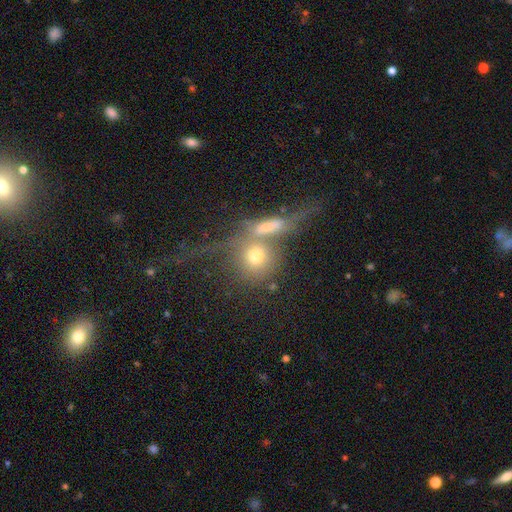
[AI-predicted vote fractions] Smooth or featured?
  - smooth: 56% *
  - featured or disk: 29%
  - star or artifact: 15%
How rounded?
  - round: 75% *
  - in between: 19%
  - cigar-shaped: 6%
Merging?
  - merger: 48% *
  - none: 29%
  - major disturbance: 15%
  - minor disturbance: 9%